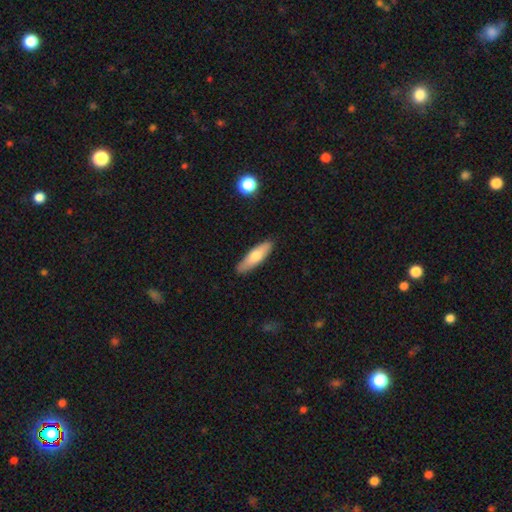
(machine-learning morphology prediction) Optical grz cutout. It shows a smooth galaxy with no disk features (66%) that is cigar-shaped (59%). Merging: none (87%).